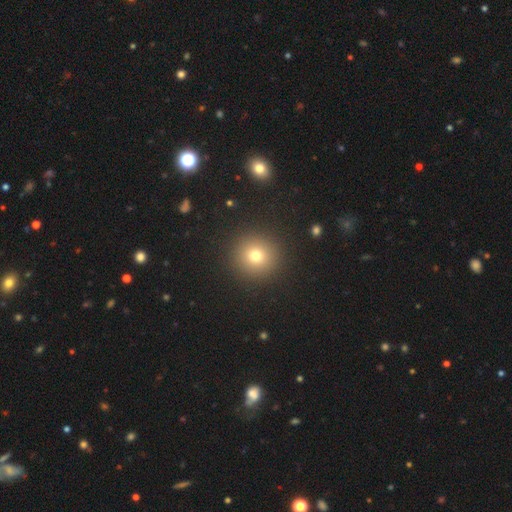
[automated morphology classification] Smooth or featured? Predicted: smooth (p=0.74). How rounded? Predicted: round (p=0.94). Merging? Predicted: none (p=0.91).